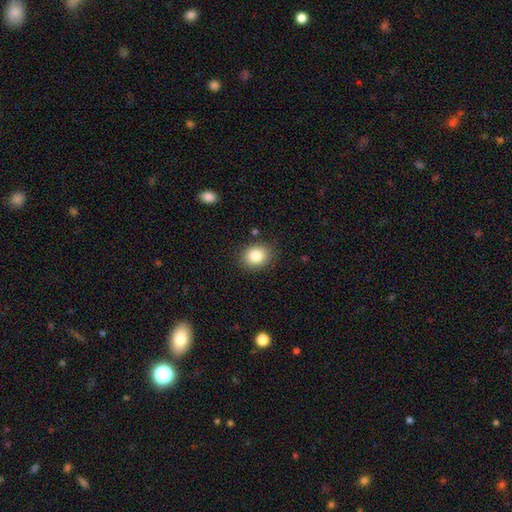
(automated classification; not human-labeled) smooth 84%, star or artifact 9%, featured or disk 6%. Down the decision tree: how rounded — round (59%); merging — none (86%).